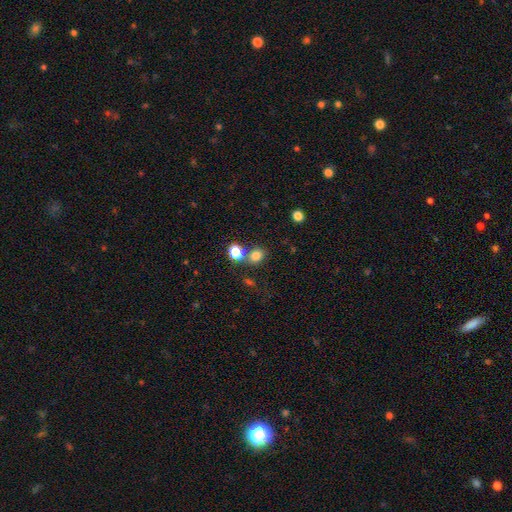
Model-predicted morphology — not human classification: Smooth or featured?
  - smooth: 79% *
  - star or artifact: 15%
  - featured or disk: 6%
How rounded?
  - round: 59% *
  - in between: 40%
  - cigar-shaped: 1%
Merging?
  - none: 65% *
  - merger: 21%
  - minor disturbance: 10%
  - major disturbance: 4%